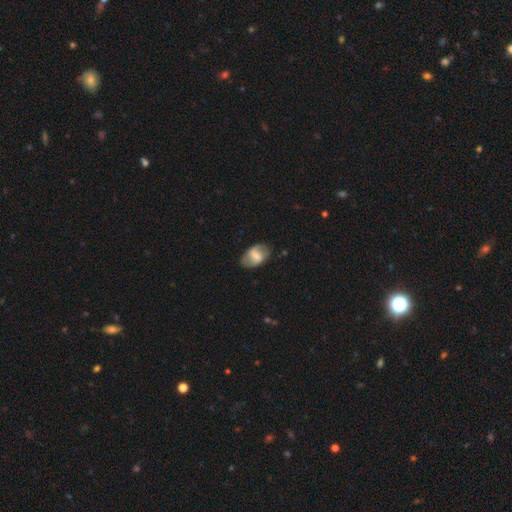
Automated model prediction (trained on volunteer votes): The model was most divided on "smooth or featured": featured or disk: 49%, smooth: 44%, star or artifact: 7%. More confident: merging — none (74%).